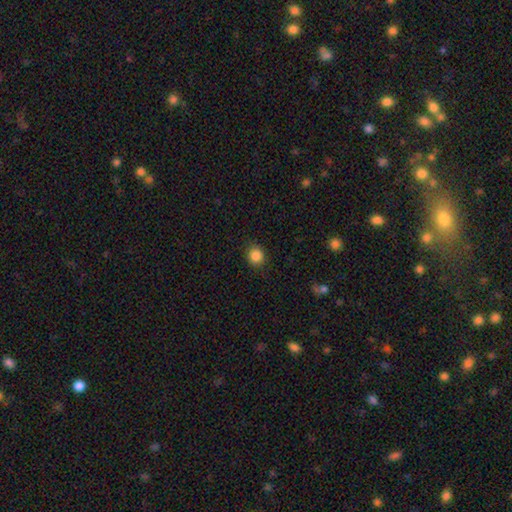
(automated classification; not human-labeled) smooth 86%, star or artifact 10%, featured or disk 4%. Down the decision tree: how rounded — round (85%); merging — none (89%).